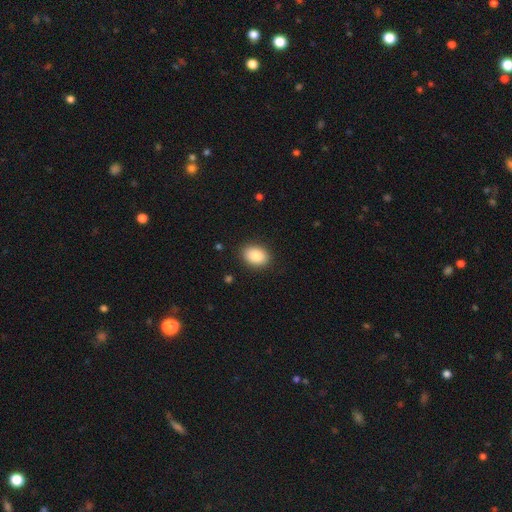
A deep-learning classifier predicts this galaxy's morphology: Q: Smooth or featured?
A: smooth (87%); runner-up: star or artifact (7%)
Q: How rounded?
A: in between (73%); runner-up: round (26%)
Q: Merging?
A: none (89%); runner-up: minor disturbance (8%)